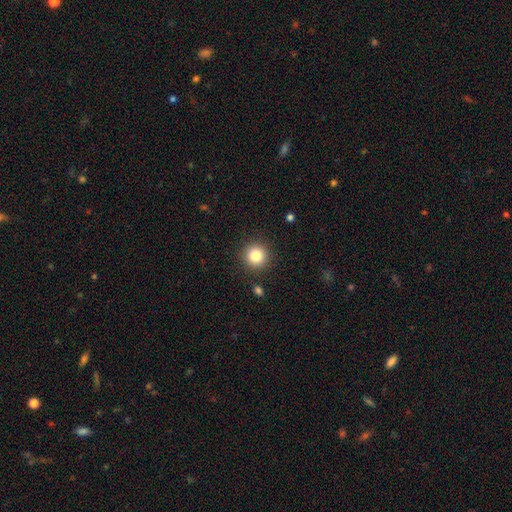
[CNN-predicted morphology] smooth_or_featured: smooth (p=0.83) [alt: star or artifact p=0.11]
how_rounded: round (p=0.94) [alt: in between p=0.05]
merging: none (p=0.90) [alt: minor disturbance p=0.06]